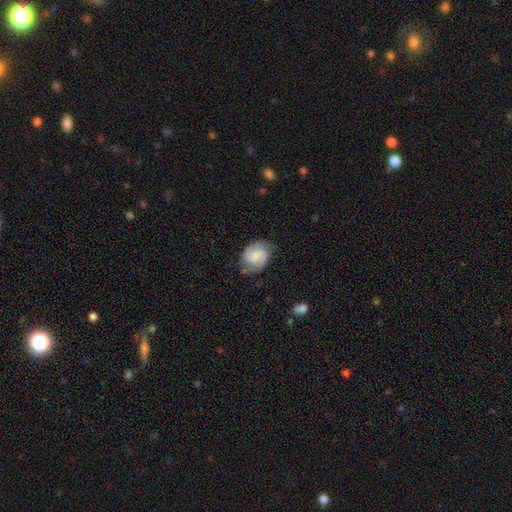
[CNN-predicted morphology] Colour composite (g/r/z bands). It shows a smooth galaxy with no disk features (56%) that is round (56%). Merging: none (64%).